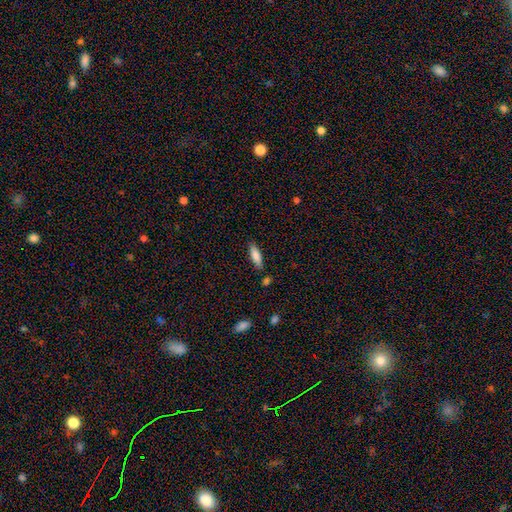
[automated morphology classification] This is clearly a smooth galaxy (84%). How rounded: possibly in between (55%). Merging: clearly none (82%).